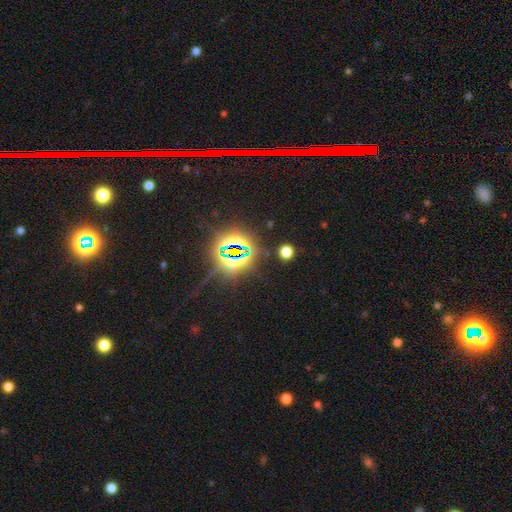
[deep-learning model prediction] The model was most divided on "smooth or featured": star or artifact: 81%, smooth: 11%, featured or disk: 8%.